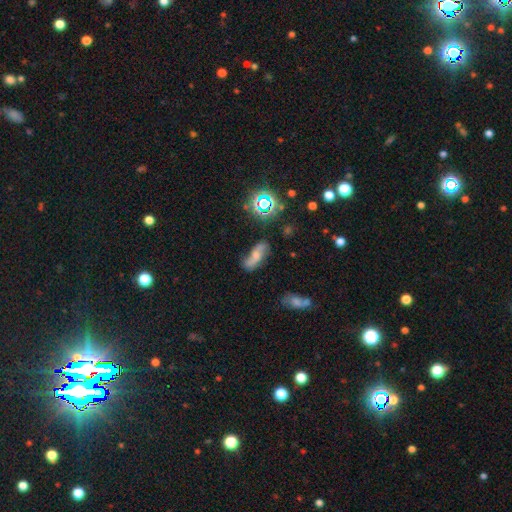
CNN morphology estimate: Q: Smooth or featured?
A: smooth (43%); runner-up: featured or disk (42%)
Q: Merging?
A: none (57%); runner-up: minor disturbance (24%)